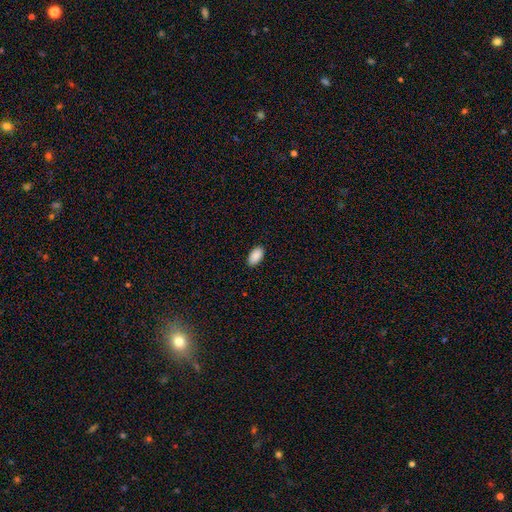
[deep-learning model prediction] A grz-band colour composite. It shows a smooth galaxy with no disk features (90%) that is in between round and cigar-shaped (95%). Merging: none (89%).